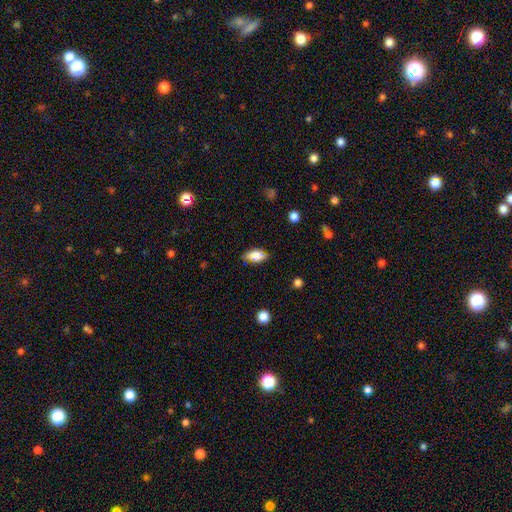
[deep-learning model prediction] Q: Smooth or featured?
A: smooth (74%); runner-up: featured or disk (18%)
Q: How rounded?
A: in between (85%); runner-up: cigar-shaped (11%)
Q: Merging?
A: none (81%); runner-up: minor disturbance (15%)